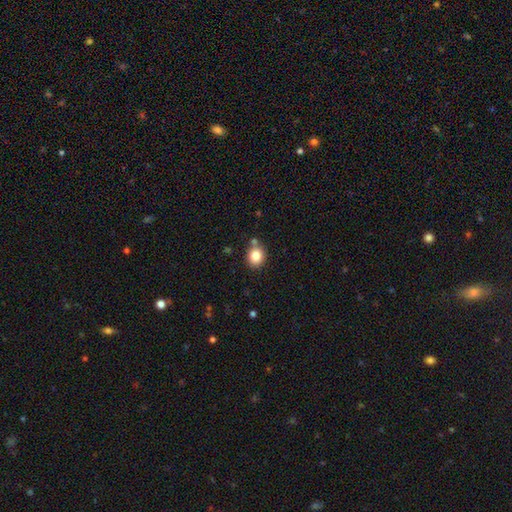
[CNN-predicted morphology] This appears to be a smooth galaxy with no disk features (83%) that is round (72%). Merging: none (77%).